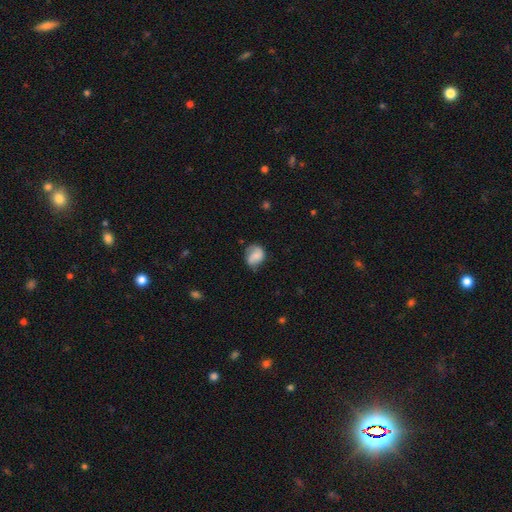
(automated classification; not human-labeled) Q: Smooth or featured?
A: smooth (61%); runner-up: featured or disk (30%)
Q: How rounded?
A: round (53%); runner-up: in between (46%)
Q: Merging?
A: none (51%); runner-up: minor disturbance (32%)